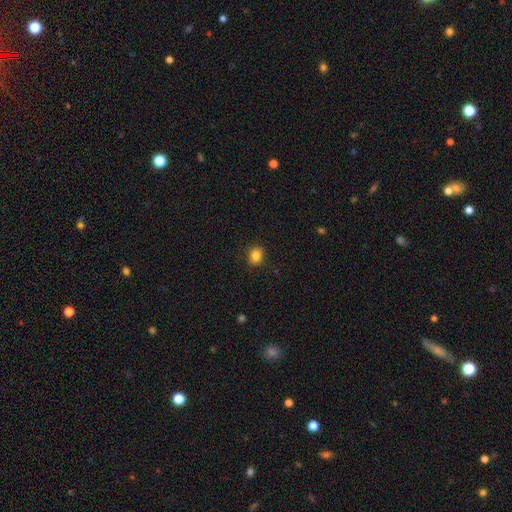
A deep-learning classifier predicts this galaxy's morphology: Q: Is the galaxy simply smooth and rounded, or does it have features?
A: smooth — 84%.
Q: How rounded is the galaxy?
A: round — 68%.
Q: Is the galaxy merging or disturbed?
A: none — 89%.